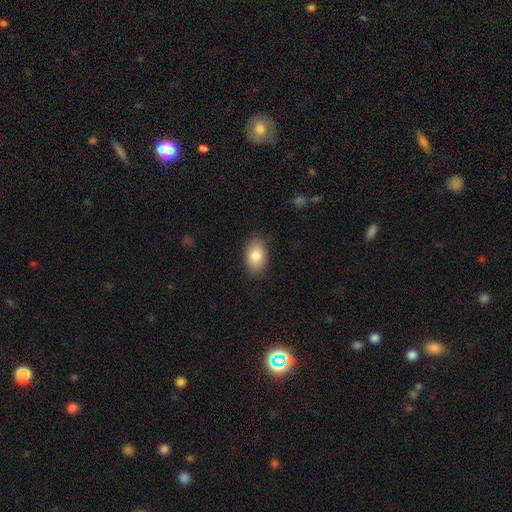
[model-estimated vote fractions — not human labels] smooth 83%, featured or disk 10%, star or artifact 7%. Down the decision tree: how rounded — in between (90%); merging — none (86%).